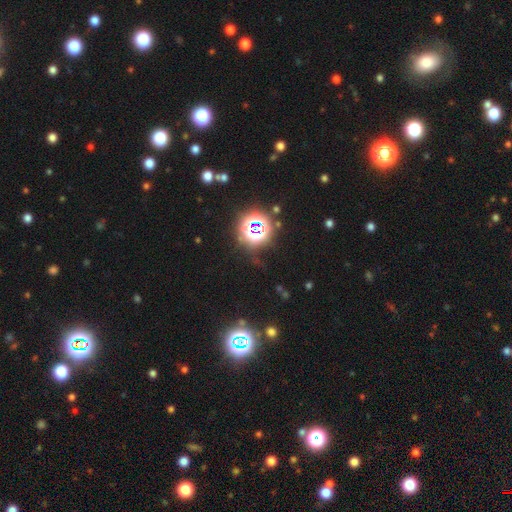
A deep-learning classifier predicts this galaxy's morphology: This is likely a star or artifact rather than a galaxy (79%).